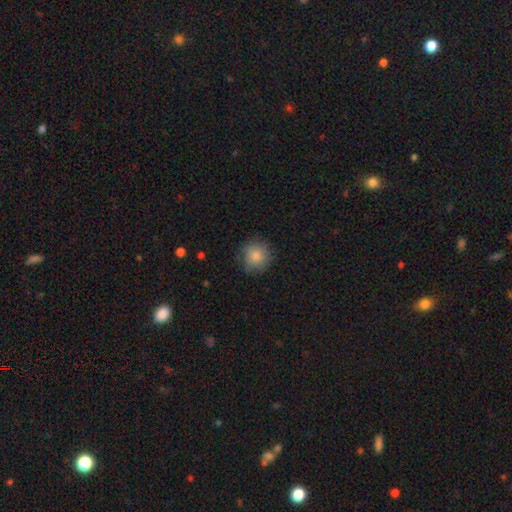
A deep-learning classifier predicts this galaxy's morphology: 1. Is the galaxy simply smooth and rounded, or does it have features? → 84% smooth, 8% star or artifact, 8% featured or disk.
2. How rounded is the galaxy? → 92% round, 7% in between, 1% cigar-shaped.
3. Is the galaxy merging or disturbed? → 77% none, 17% minor disturbance, 4% major disturbance, 1% merger.